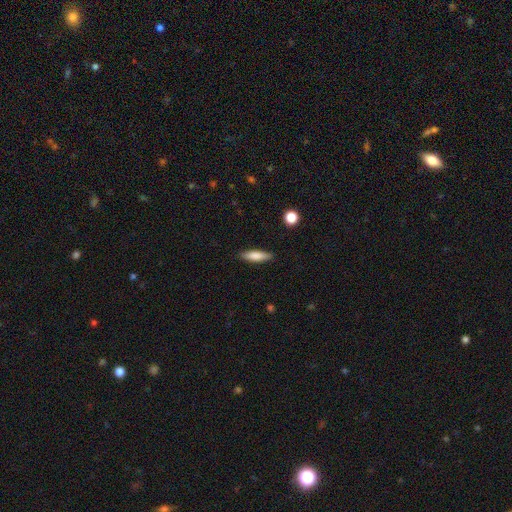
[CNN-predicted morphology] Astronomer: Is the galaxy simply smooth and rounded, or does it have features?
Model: smooth — 79%.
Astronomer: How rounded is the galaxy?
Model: cigar-shaped — 66%.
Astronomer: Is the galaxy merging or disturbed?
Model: none — 86%.